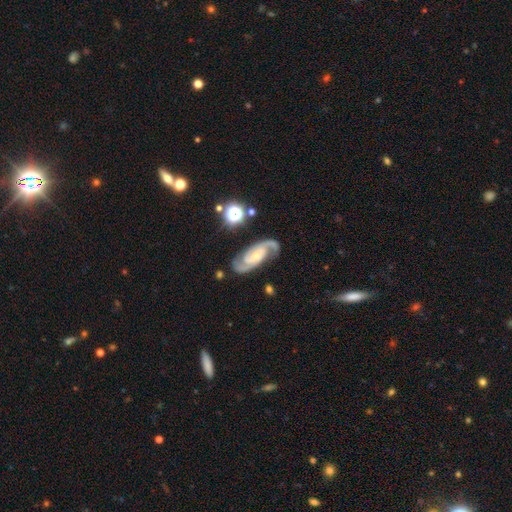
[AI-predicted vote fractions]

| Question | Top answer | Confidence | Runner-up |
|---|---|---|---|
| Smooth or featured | featured or disk | 90% | star or artifact (5%) |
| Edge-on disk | no | 96% | yes (4%) |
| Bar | no | 42% | weak (39%) |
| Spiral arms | yes | 98% | no (2%) |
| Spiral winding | medium | 54% | tight (35%) |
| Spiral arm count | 2 | 92% | can't tell (2%) |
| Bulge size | small | 56% | moderate (31%) |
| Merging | none | 80% | minor disturbance (13%) |